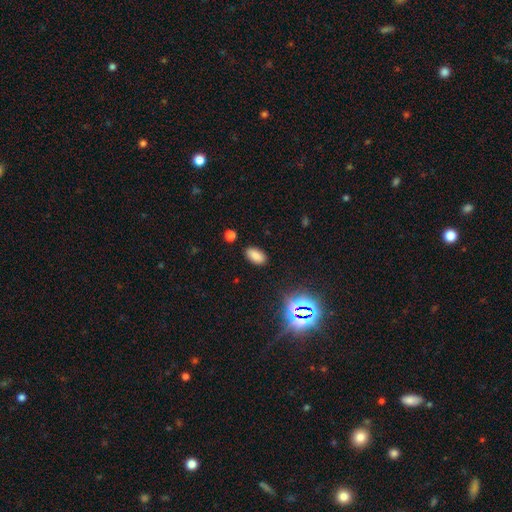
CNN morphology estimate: Smooth or featured? smooth (80%)
How rounded? in between (93%)
Merging? none (87%)